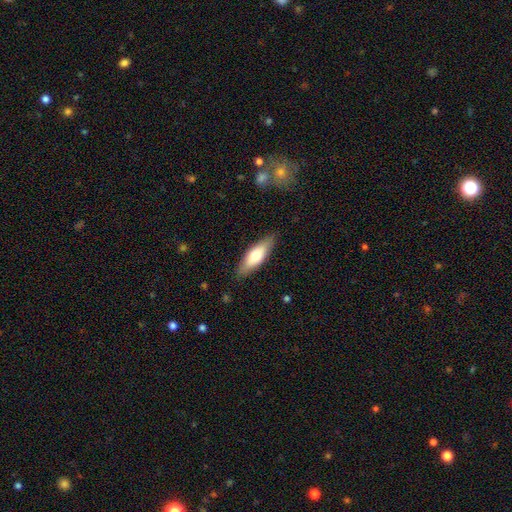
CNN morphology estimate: This appears to be a smooth galaxy with no disk features (63%) that is in between round and cigar-shaped (54%). Merging: none (86%).